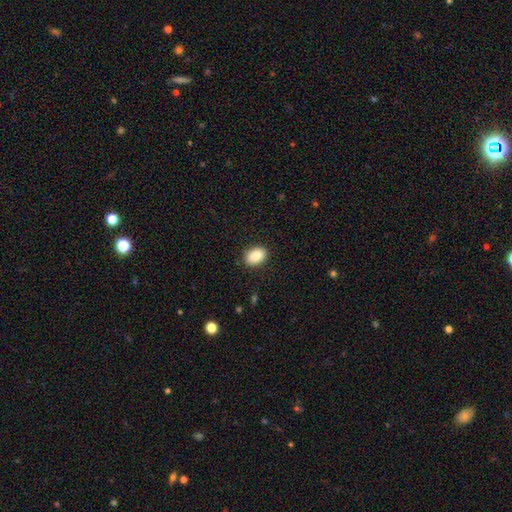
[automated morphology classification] Smooth or featured: smooth — 87% (star or artifact — 8%)
How rounded: in between — 83% (round — 16%)
Merging: none — 88% (minor disturbance — 8%)